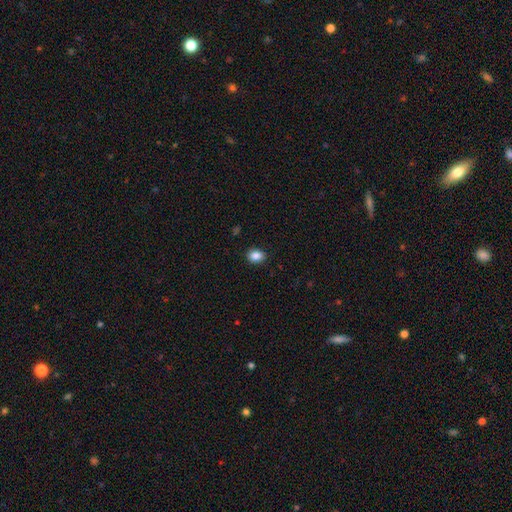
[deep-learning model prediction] This is clearly a smooth galaxy (87%). How rounded: likely in between (66%). Merging: clearly none (88%).